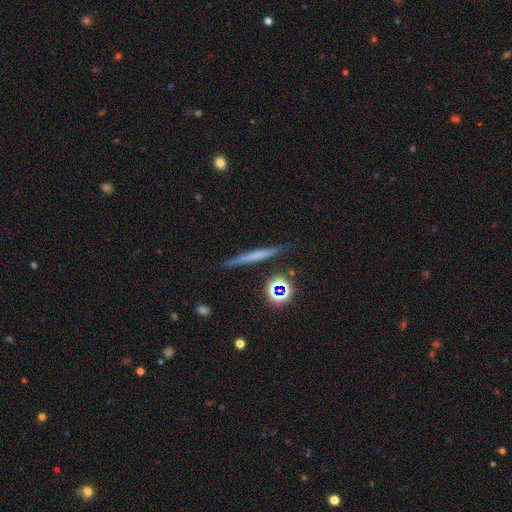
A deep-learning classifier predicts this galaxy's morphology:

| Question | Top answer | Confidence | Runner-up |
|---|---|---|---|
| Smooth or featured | smooth | 46% | featured or disk (42%) |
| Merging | none | 86% | minor disturbance (10%) |